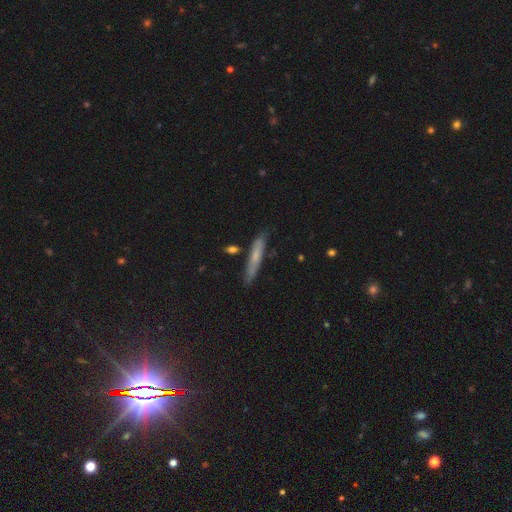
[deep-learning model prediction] smooth-or-featured: smooth: 57% | featured or disk: 36% | star or artifact: 8%
  how-rounded: cigar-shaped: 91% | in between: 7% | round: 2%
  merging: none: 78% | minor disturbance: 15% | merger: 4% | major disturbance: 3%